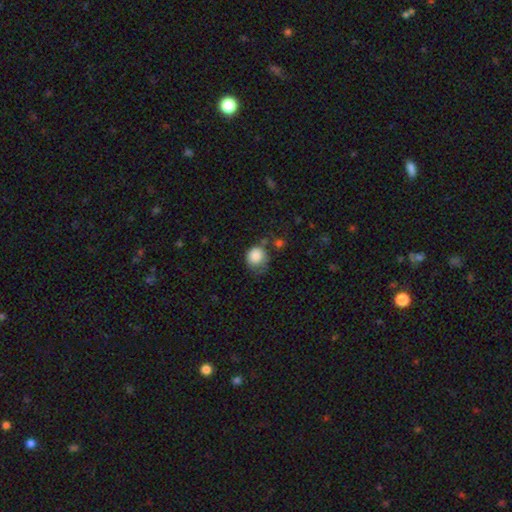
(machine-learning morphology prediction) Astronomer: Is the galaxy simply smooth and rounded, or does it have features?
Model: smooth — 85%.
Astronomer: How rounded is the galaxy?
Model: round — 79%.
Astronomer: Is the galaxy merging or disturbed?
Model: none — 45% (runner-up: minor disturbance, 34%).